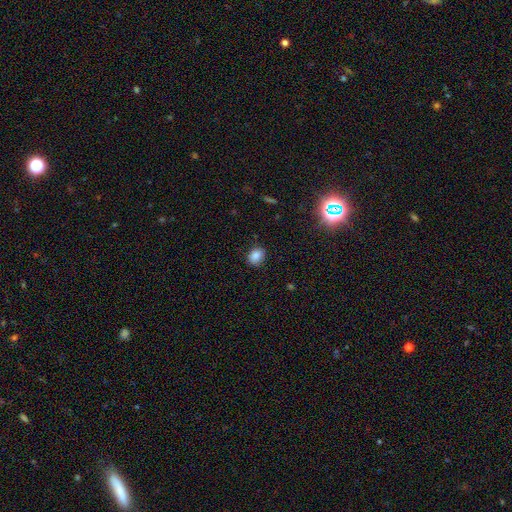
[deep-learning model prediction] A smooth galaxy with no disk features (85%) that is in between round and cigar-shaped (55%). Merging: none (85%).